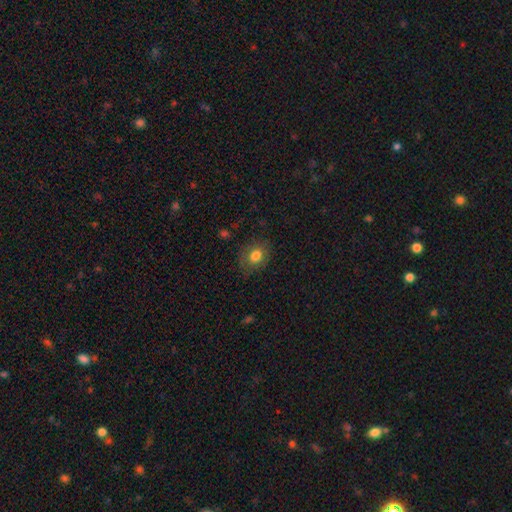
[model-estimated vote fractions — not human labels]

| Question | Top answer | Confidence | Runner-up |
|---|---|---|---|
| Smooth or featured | smooth | 78% | featured or disk (12%) |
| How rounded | in between | 56% | round (43%) |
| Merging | none | 76% | minor disturbance (17%) |